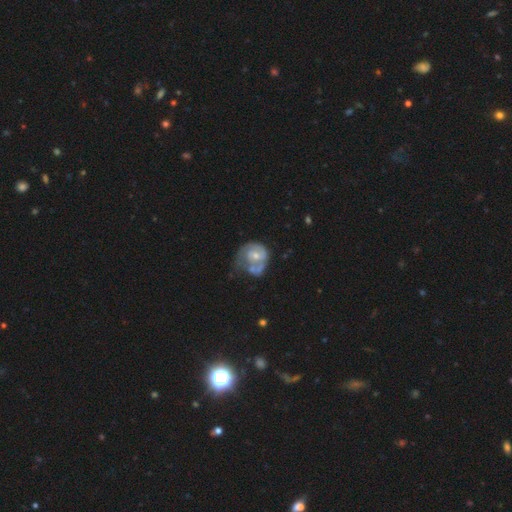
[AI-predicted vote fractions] Smooth or featured? featured or disk (67%)
Edge-on disk? no (98%)
Bar? no (72%)
Spiral arms? yes (67%)
Bulge size? moderate (51%)
Merging? none (27%)